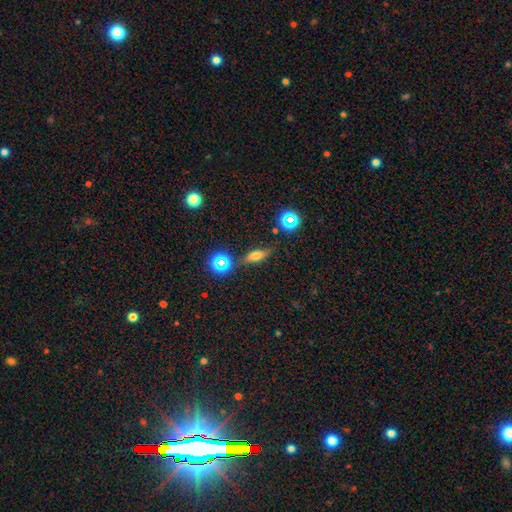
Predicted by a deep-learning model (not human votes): The model was most divided on "how rounded": in between: 55%, cigar-shaped: 35%, round: 10%. More confident: merging — none (78%); smooth or featured — smooth (59%).